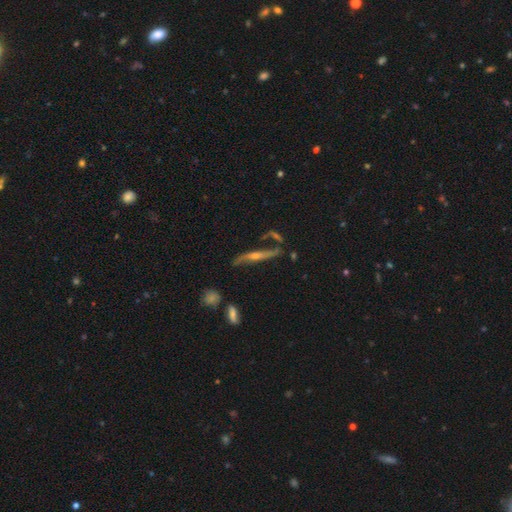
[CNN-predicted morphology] Q: Smooth or featured?
A: featured or disk (79%); runner-up: smooth (13%)
Q: Edge-on disk?
A: yes (72%); runner-up: no (28%)
Q: Edge-on bulge?
A: rounded (82%); runner-up: none (12%)
Q: Merging?
A: none (62%); runner-up: minor disturbance (19%)